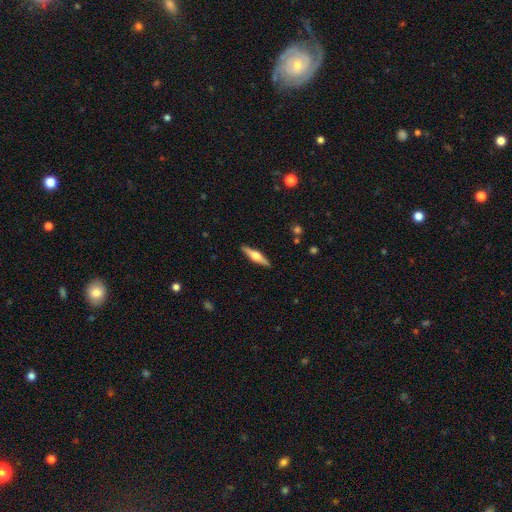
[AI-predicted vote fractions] smooth-or-featured: featured or disk: 66% | smooth: 28% | star or artifact: 5%
  disk-edge-on: yes: 97% | no: 3%
    edge-on-bulge: rounded: 92% | boxy: 6% | none: 2%
  merging: none: 90% | minor disturbance: 7% | major disturbance: 2% | merger: 1%